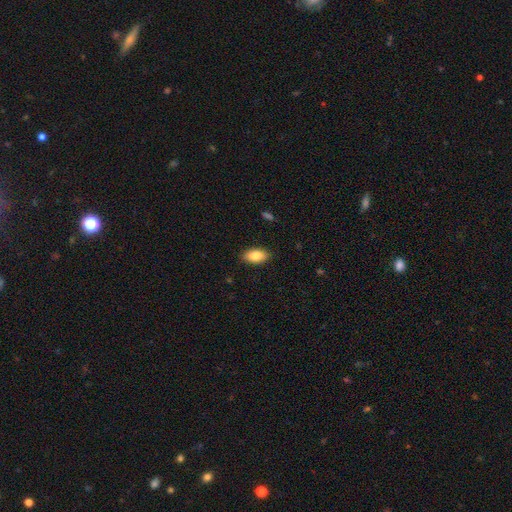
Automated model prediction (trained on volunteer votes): Smooth or featured? smooth (86%)
How rounded? in between (92%)
Merging? none (88%)